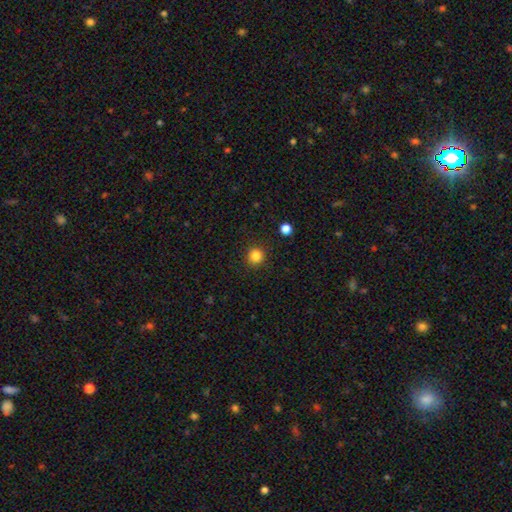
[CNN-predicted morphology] This appears to be a smooth galaxy with no disk features (84%) that is round (93%). Merging: none (91%).